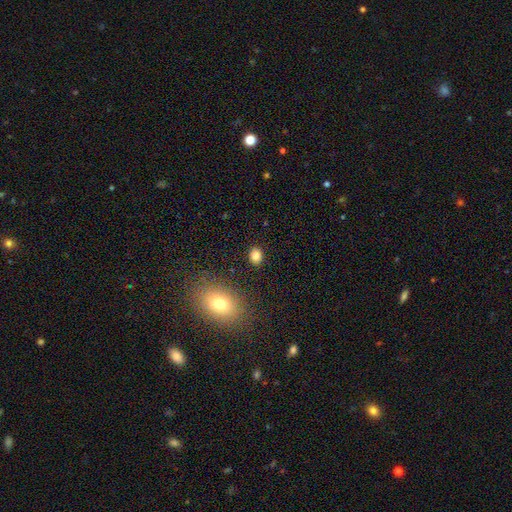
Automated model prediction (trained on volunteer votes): smooth_or_featured: smooth (p=0.82) [alt: star or artifact p=0.11]
how_rounded: in between (p=0.53) [alt: round p=0.46]
merging: none (p=0.88) [alt: minor disturbance p=0.07]